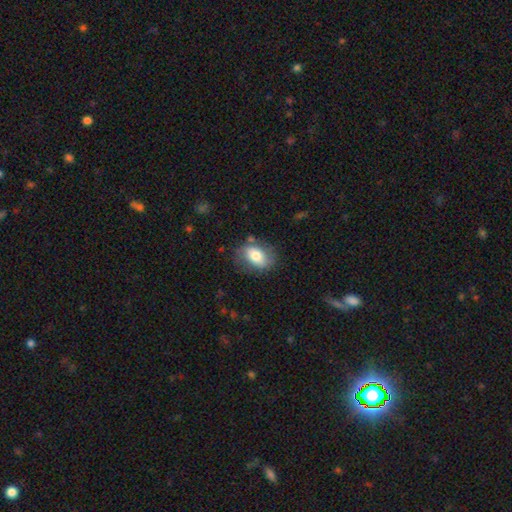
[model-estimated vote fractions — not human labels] Smooth or featured?
  - smooth: 69% *
  - featured or disk: 24%
  - star or artifact: 7%
How rounded?
  - in between: 83% *
  - round: 15%
  - cigar-shaped: 2%
Merging?
  - none: 69% *
  - minor disturbance: 20%
  - major disturbance: 7%
  - merger: 3%